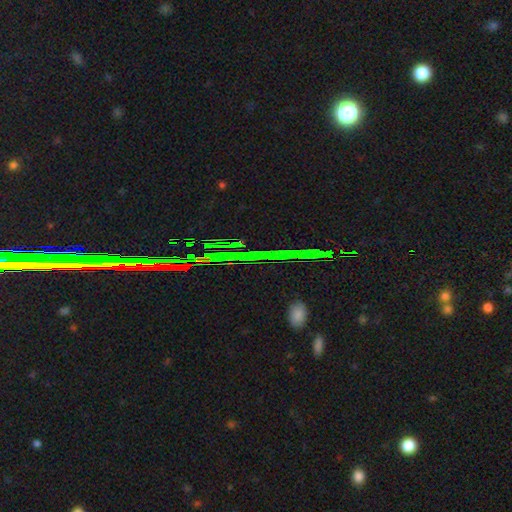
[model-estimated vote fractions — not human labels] Q: Smooth or featured?
A: star or artifact (81%); runner-up: featured or disk (10%)